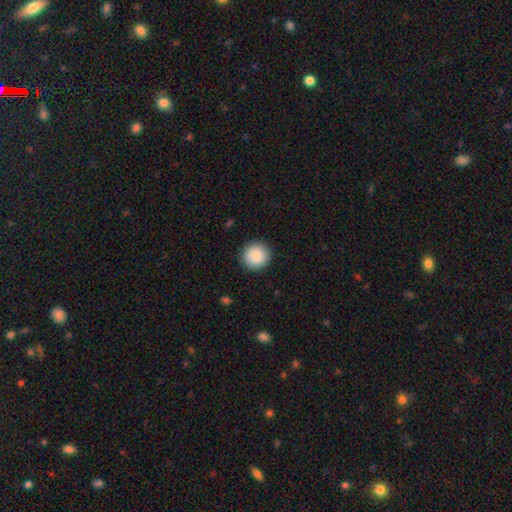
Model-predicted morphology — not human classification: This appears to be a smooth galaxy with no disk features (88%) that is round (95%). Merging: none (91%).